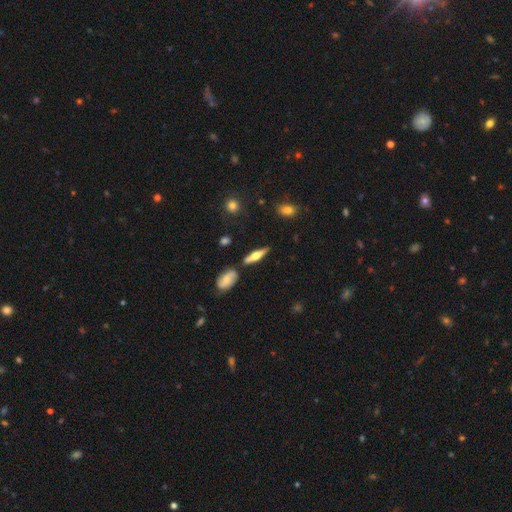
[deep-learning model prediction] smooth-or-featured: featured or disk: 57% | smooth: 37% | star or artifact: 7%
  disk-edge-on: yes: 94% | no: 6%
    edge-on-bulge: rounded: 91% | boxy: 6% | none: 3%
  merging: none: 79% | minor disturbance: 11% | merger: 7% | major disturbance: 3%